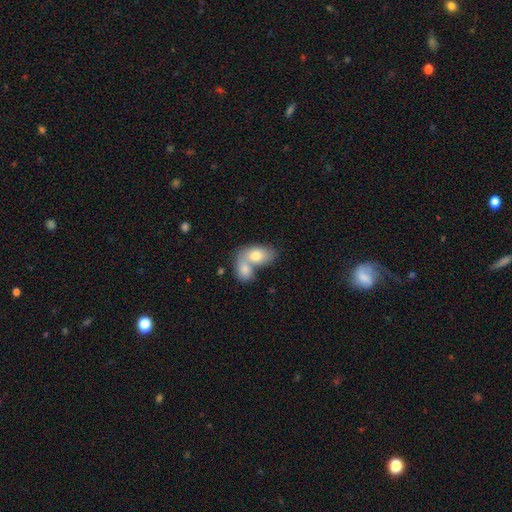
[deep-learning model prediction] This is likely a smooth galaxy (75%). How rounded: clearly in between (85%). Merging: likely merger (68%).